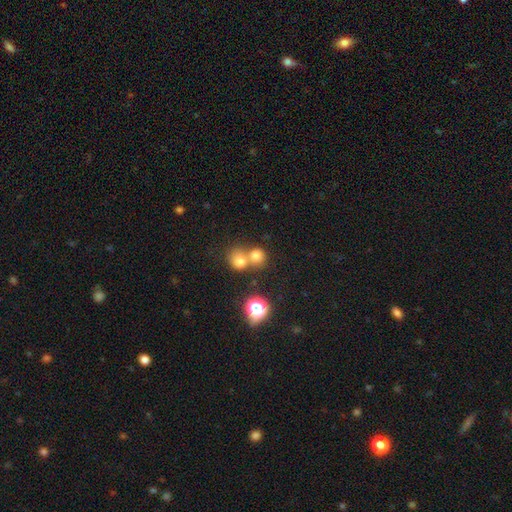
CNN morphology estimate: The model was most divided on "merging": merger: 47%, none: 44%, minor disturbance: 6%, major disturbance: 3%. More confident: how rounded — round (83%); smooth or featured — smooth (75%).